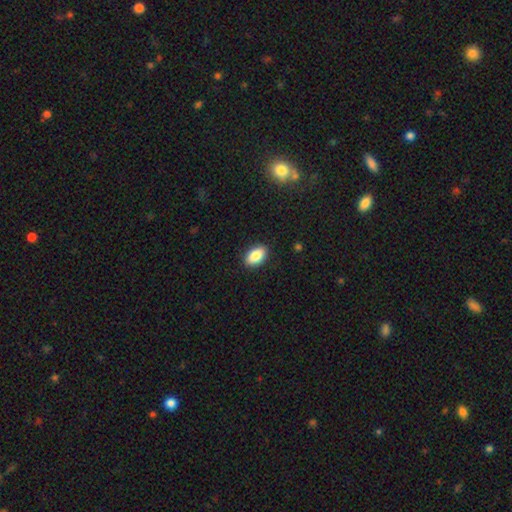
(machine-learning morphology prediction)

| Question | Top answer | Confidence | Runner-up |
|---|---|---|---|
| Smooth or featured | smooth | 86% | star or artifact (7%) |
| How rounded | in between | 91% | round (7%) |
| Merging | none | 90% | minor disturbance (8%) |